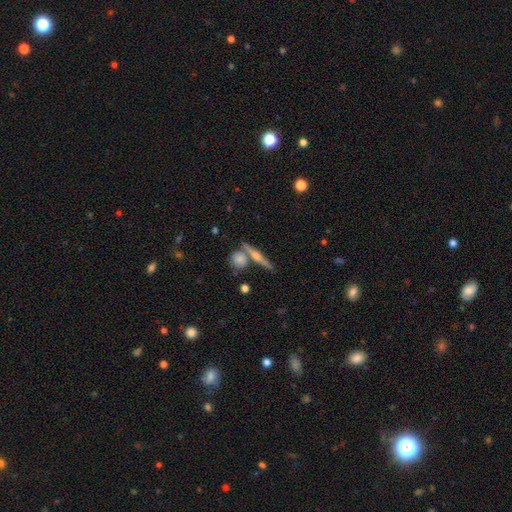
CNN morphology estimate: A featured or disk galaxy (61%) viewed edge-on (95%) with a rounded central bulge (80%). Merging: none (73%).